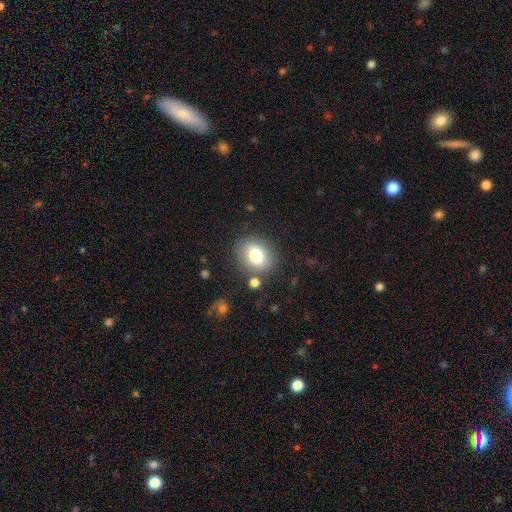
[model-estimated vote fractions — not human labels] Smooth or featured: smooth — 75% (featured or disk — 15%)
How rounded: in between — 58% (round — 41%)
Merging: none — 79% (minor disturbance — 12%)